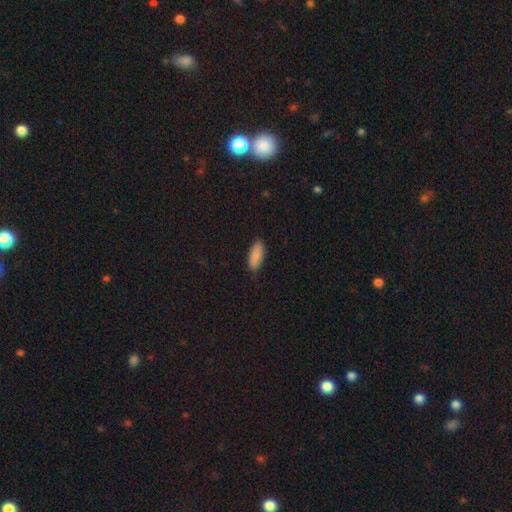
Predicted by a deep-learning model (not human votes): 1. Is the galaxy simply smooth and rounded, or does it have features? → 90% smooth, 6% star or artifact, 4% featured or disk.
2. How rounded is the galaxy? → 83% in between, 15% cigar-shaped, 2% round.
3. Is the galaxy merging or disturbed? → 85% none, 12% minor disturbance, 2% major disturbance, 1% merger.